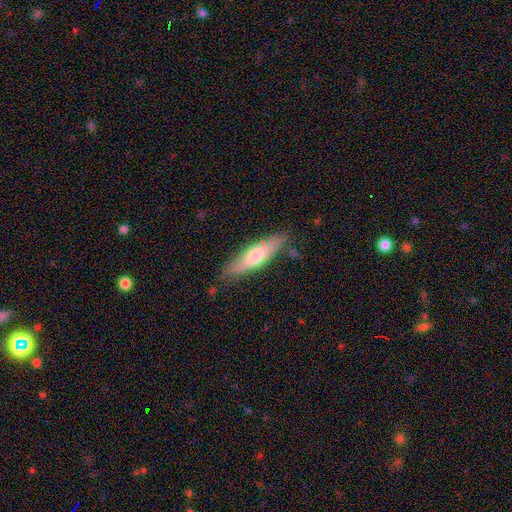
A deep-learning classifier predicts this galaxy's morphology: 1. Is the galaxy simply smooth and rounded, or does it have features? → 57% smooth, 37% featured or disk, 6% star or artifact.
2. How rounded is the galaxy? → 67% cigar-shaped, 31% in between, 2% round.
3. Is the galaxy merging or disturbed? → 79% none, 15% minor disturbance, 3% major disturbance, 2% merger.